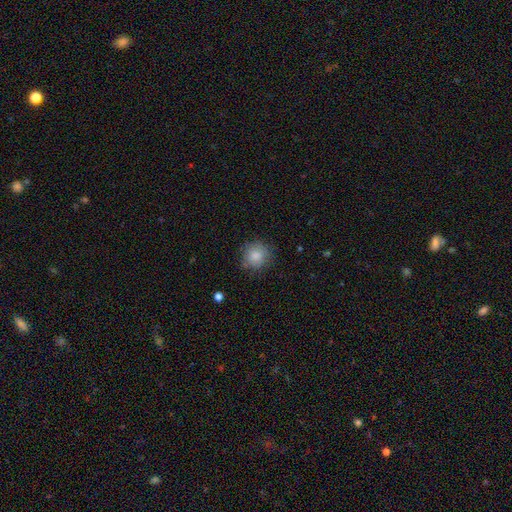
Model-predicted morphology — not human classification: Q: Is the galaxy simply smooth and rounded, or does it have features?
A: smooth — 84%.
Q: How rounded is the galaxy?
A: round — 91%.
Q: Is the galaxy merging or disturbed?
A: none — 81%.